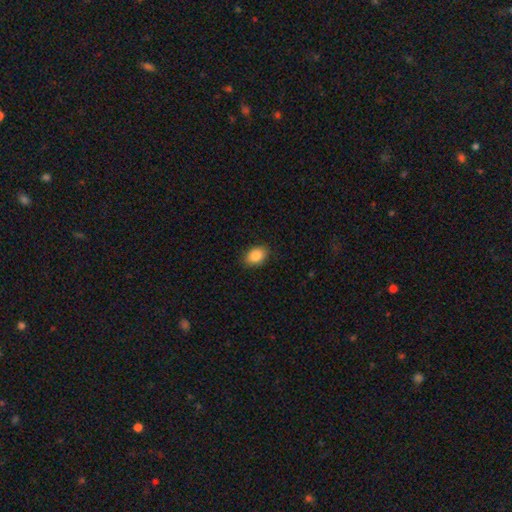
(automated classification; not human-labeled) smooth 87%, star or artifact 8%, featured or disk 5%. Down the decision tree: how rounded — in between (83%); merging — none (88%).